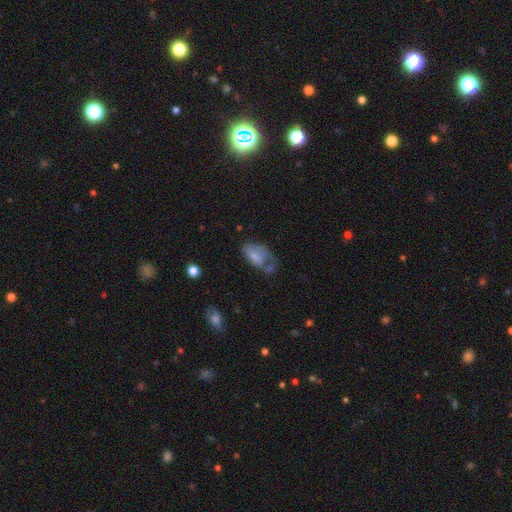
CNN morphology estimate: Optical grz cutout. It shows a smooth galaxy with no disk features (62%) that is in between round and cigar-shaped (90%). Merging: major disturbance (34%).